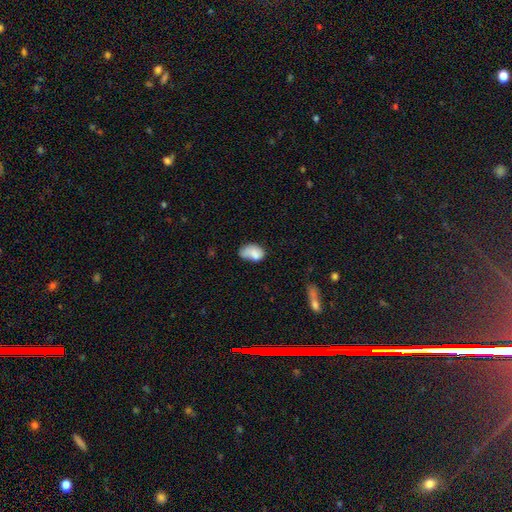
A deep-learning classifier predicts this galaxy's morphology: This is likely a smooth galaxy (76%). How rounded: clearly in between (87%). Merging: marginally none (37%).